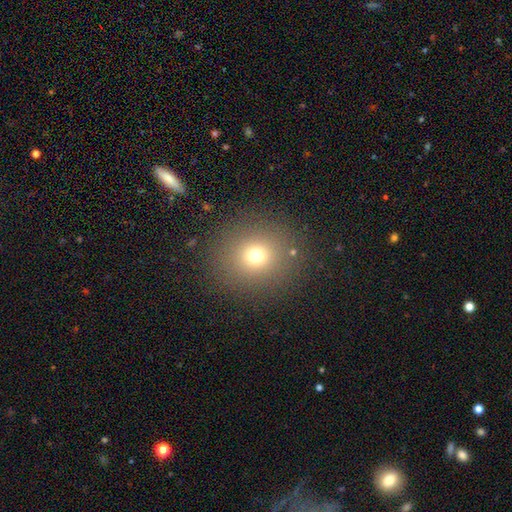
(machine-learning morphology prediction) Smooth or featured?
  - smooth: 70% *
  - star or artifact: 20%
  - featured or disk: 10%
How rounded?
  - round: 88% *
  - in between: 11%
  - cigar-shaped: 1%
Merging?
  - none: 87% *
  - minor disturbance: 7%
  - major disturbance: 4%
  - merger: 2%